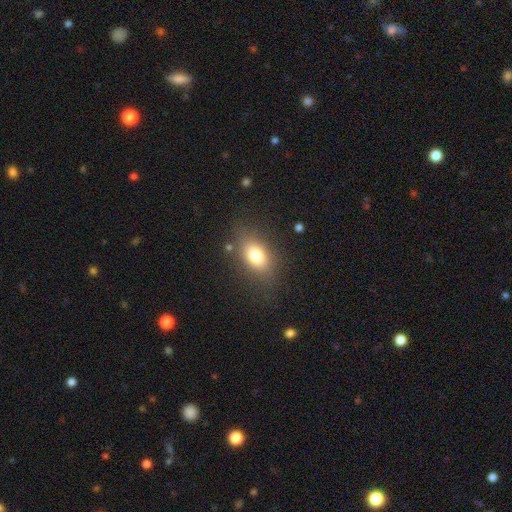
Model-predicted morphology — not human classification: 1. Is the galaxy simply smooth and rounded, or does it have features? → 76% smooth, 13% featured or disk, 10% star or artifact.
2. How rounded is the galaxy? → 80% in between, 17% round, 4% cigar-shaped.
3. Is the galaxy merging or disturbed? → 79% none, 13% minor disturbance, 6% major disturbance, 2% merger.